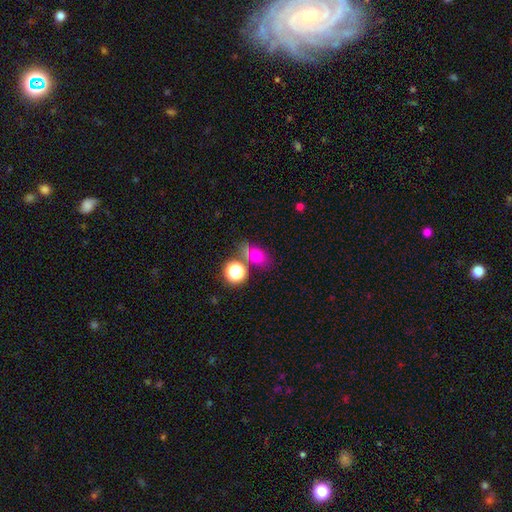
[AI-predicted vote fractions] Smooth or featured? Predicted: smooth (p=0.68). How rounded? Predicted: in between (p=0.64). Merging? Predicted: none (p=0.61).